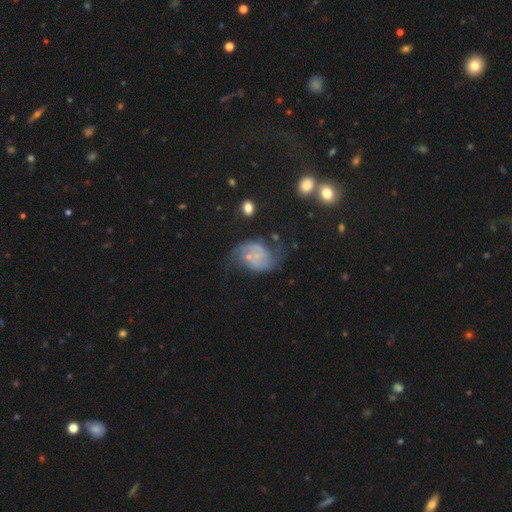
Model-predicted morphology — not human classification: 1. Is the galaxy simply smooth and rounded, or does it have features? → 81% featured or disk, 11% smooth, 7% star or artifact.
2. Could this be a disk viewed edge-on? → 98% no, 2% yes.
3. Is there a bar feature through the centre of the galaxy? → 68% no, 27% weak, 5% strong.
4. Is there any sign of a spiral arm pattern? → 94% yes, 6% no.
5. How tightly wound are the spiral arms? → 46% medium, 29% loose, 25% tight.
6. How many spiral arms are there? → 78% 2, 9% can't tell, 5% 3, 3% 1, 2% 4, 2% more than 4.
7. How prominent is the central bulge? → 73% small, 13% none, 11% moderate, 1% large, 1% dominant.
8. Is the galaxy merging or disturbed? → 50% none, 24% minor disturbance, 21% major disturbance, 5% merger.